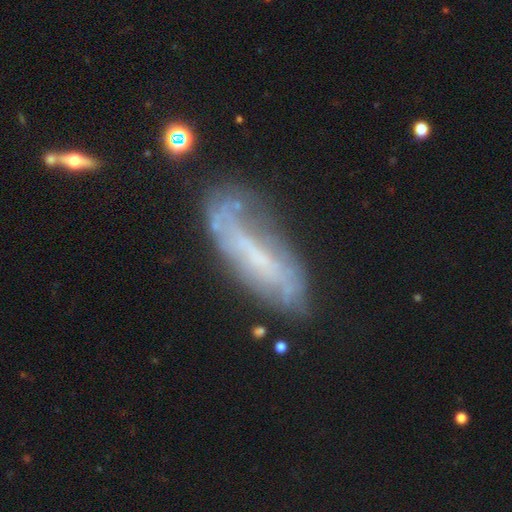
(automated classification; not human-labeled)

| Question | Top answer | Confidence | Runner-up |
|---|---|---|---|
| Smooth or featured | featured or disk | 63% | smooth (28%) |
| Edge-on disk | no | 78% | yes (22%) |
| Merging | none | 53% | minor disturbance (26%) |